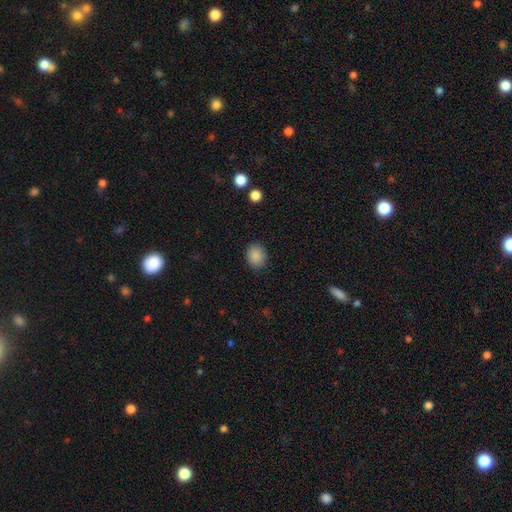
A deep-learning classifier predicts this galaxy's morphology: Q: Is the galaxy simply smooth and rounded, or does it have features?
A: smooth — 88%.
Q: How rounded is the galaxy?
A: round — 59%.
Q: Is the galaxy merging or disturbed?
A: none — 88%.